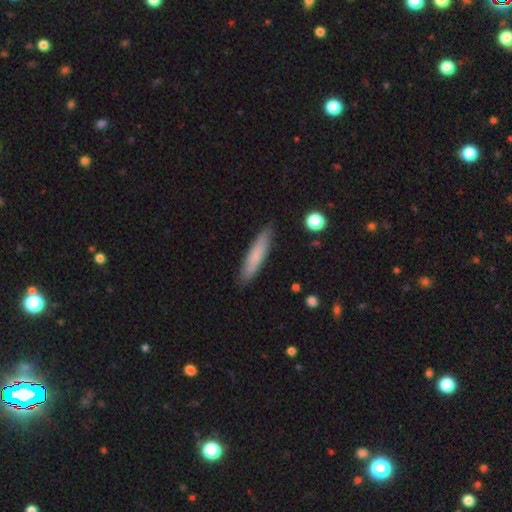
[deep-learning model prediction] Smooth or featured?
  - smooth: 76% *
  - featured or disk: 17%
  - star or artifact: 6%
How rounded?
  - cigar-shaped: 85% *
  - in between: 14%
  - round: 1%
Merging?
  - none: 87% *
  - minor disturbance: 10%
  - major disturbance: 2%
  - merger: 1%